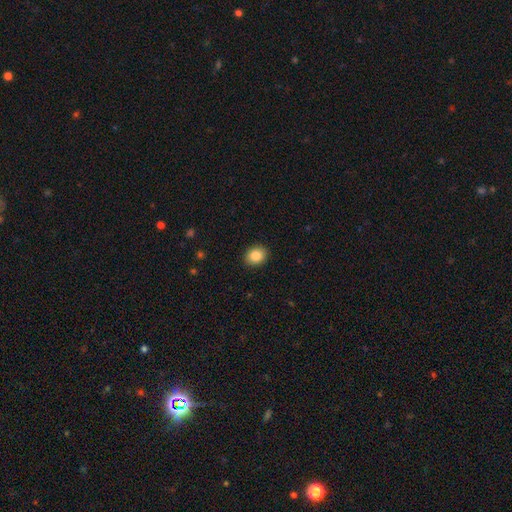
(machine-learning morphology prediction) smooth-or-featured: smooth: 86% | star or artifact: 9% | featured or disk: 5%
  how-rounded: in between: 52% | round: 47% | cigar-shaped: 1%
  merging: none: 90% | minor disturbance: 7% | major disturbance: 2% | merger: 1%